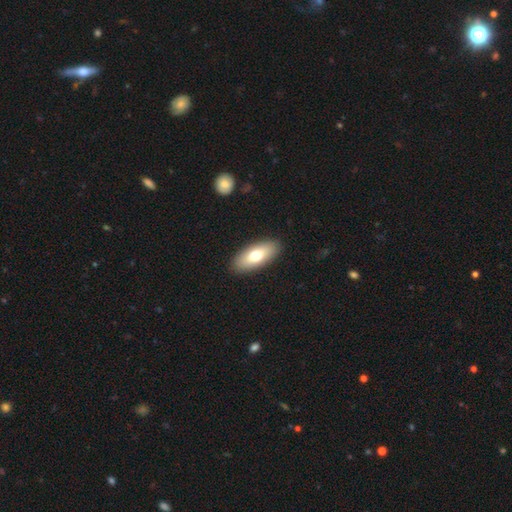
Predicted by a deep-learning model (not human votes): A smooth galaxy with no disk features (70%) that is in between round and cigar-shaped (84%).

Vote fractions:
- Smooth or featured? smooth: 70% / featured or disk: 24% / star or artifact: 6%
- How rounded? in between: 84% / cigar-shaped: 13% / round: 3%
- Merging? none: 90% / minor disturbance: 7% / major disturbance: 2% / merger: 1%